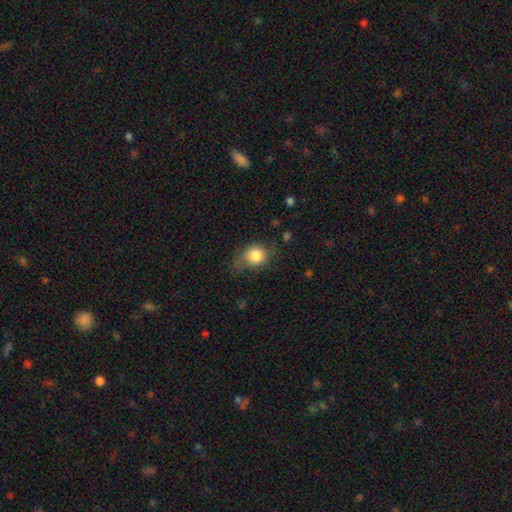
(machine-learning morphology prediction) Smooth or featured?
  - smooth: 82% *
  - featured or disk: 10%
  - star or artifact: 9%
How rounded?
  - round: 70% *
  - in between: 29%
  - cigar-shaped: 1%
Merging?
  - none: 43% *
  - minor disturbance: 36%
  - major disturbance: 18%
  - merger: 3%